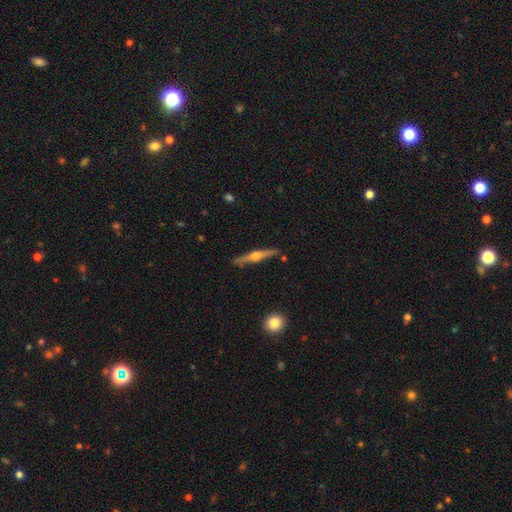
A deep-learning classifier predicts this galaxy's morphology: This appears to be a featured or disk galaxy (77%) viewed edge-on (98%) with a rounded central bulge (89%). Merging: none (87%).